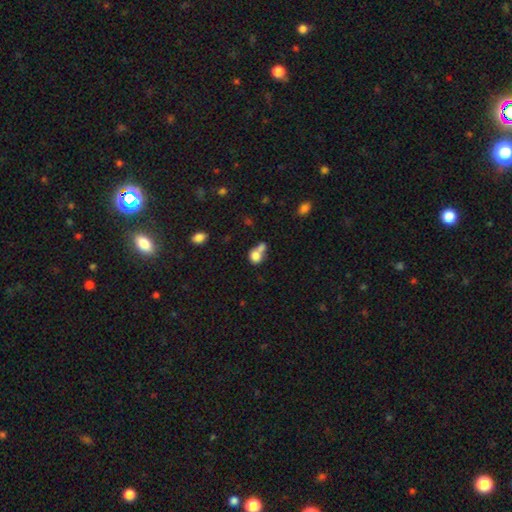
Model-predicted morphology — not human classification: smooth_or_featured: smooth (p=0.77) [alt: featured or disk p=0.13]
how_rounded: round (p=0.64) [alt: in between p=0.35]
merging: merger (p=0.58) [alt: none p=0.28]